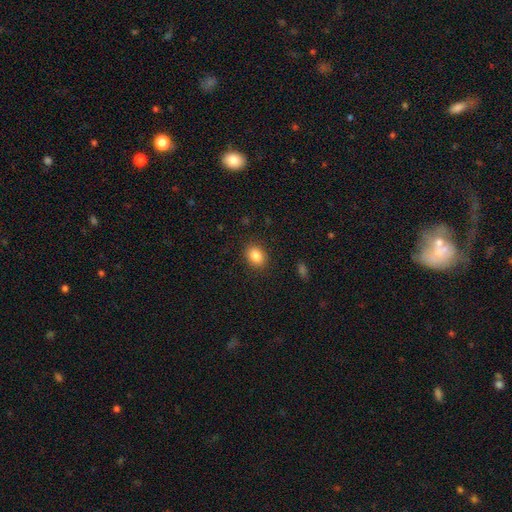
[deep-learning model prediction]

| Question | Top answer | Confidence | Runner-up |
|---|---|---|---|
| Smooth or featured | smooth | 86% | star or artifact (9%) |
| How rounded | in between | 60% | round (39%) |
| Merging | none | 88% | minor disturbance (8%) |